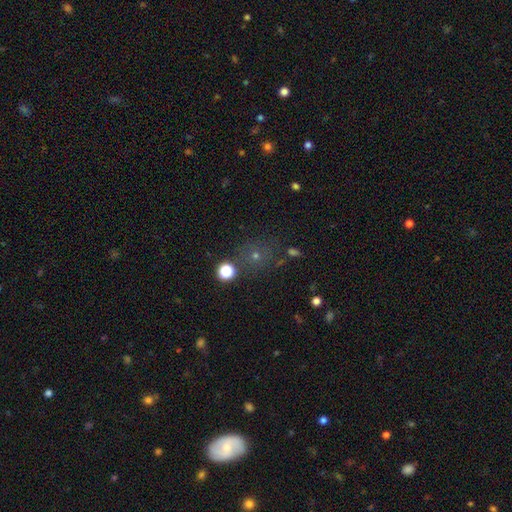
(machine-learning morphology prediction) This appears to be a smooth galaxy with no disk features (54%) that is round (86%). Merging: none (76%).